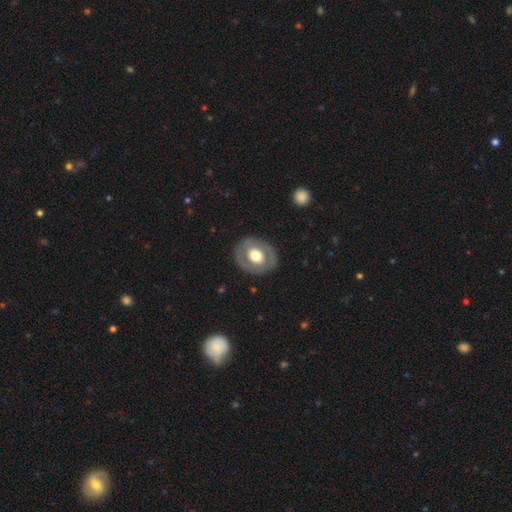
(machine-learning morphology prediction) smooth-or-featured: featured or disk: 49% | smooth: 45% | star or artifact: 5%
  merging: none: 84% | minor disturbance: 11% | major disturbance: 4% | merger: 1%